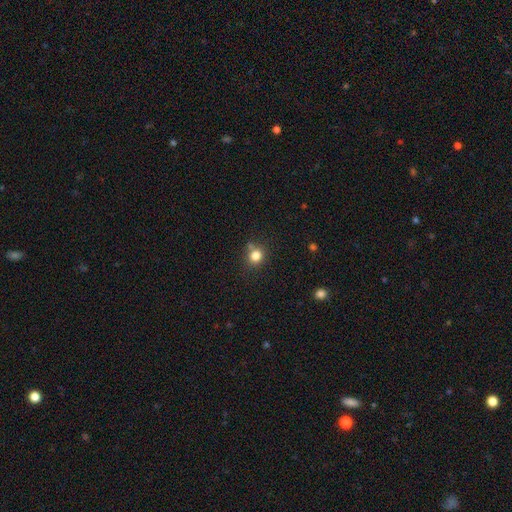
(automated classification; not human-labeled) smooth_or_featured: smooth (p=0.81) [alt: star or artifact p=0.13]
how_rounded: round (p=0.81) [alt: in between p=0.18]
merging: none (p=0.69) [alt: minor disturbance p=0.15]